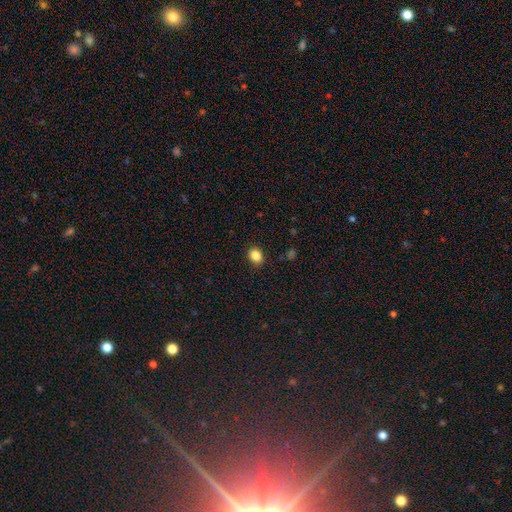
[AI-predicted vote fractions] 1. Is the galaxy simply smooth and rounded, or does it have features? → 86% smooth, 11% star or artifact, 4% featured or disk.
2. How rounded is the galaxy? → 50% round, 49% in between, 1% cigar-shaped.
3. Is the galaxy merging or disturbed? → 88% none, 9% minor disturbance, 2% major disturbance, 1% merger.